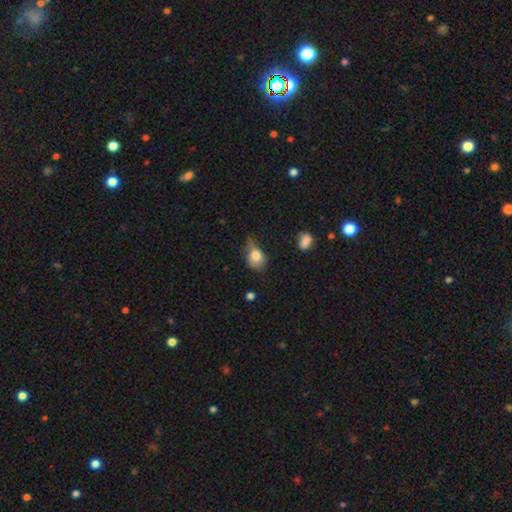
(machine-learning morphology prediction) smooth 77%, featured or disk 14%, star or artifact 9%. Down the decision tree: how rounded — in between (61%); merging — minor disturbance (42%).